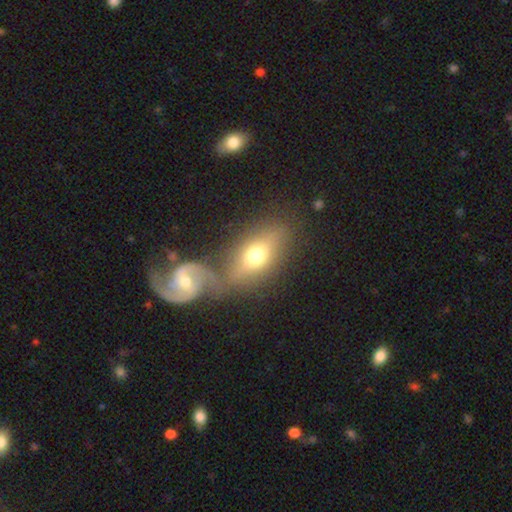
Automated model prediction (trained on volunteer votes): Smooth or featured: smooth — 56% (featured or disk — 36%)
How rounded: in between — 80% (round — 12%)
Merging: merger — 43% (none — 40%)